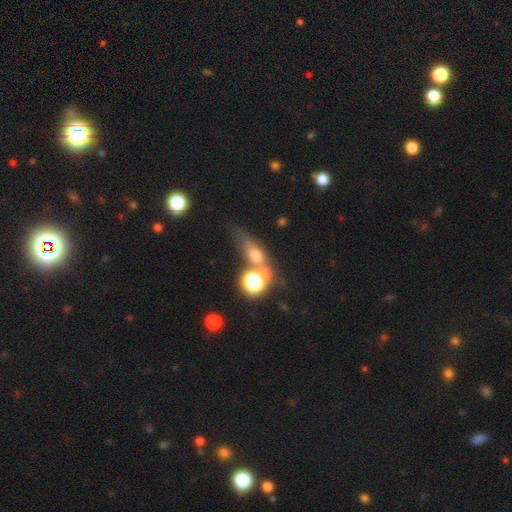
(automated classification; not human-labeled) This is possibly a smooth galaxy (53%). How rounded: marginally in between (43%). Merging: marginally none (44%).